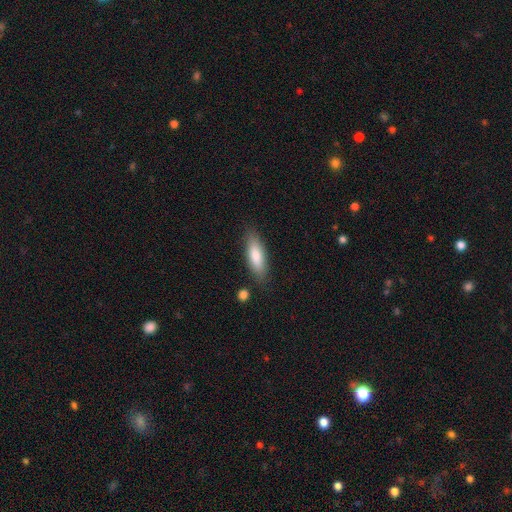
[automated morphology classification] smooth_or_featured: smooth (p=0.79) [alt: featured or disk p=0.15]
how_rounded: in between (p=0.50) [alt: cigar-shaped p=0.48]
merging: none (p=0.83) [alt: minor disturbance p=0.12]